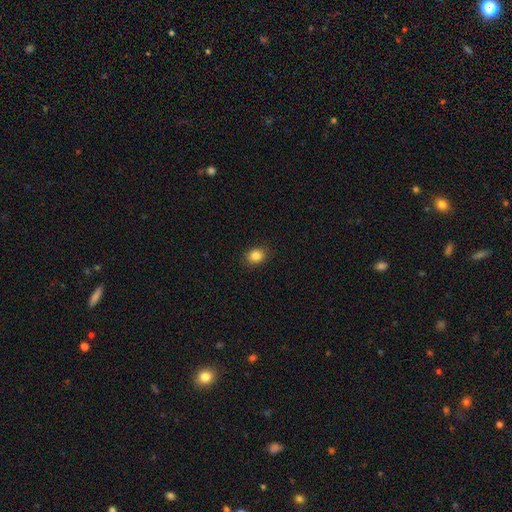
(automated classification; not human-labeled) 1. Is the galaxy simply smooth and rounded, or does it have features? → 85% smooth, 10% star or artifact, 5% featured or disk.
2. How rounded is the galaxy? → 50% in between, 49% round, 1% cigar-shaped.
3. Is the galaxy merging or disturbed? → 88% none, 9% minor disturbance, 2% major disturbance, 1% merger.